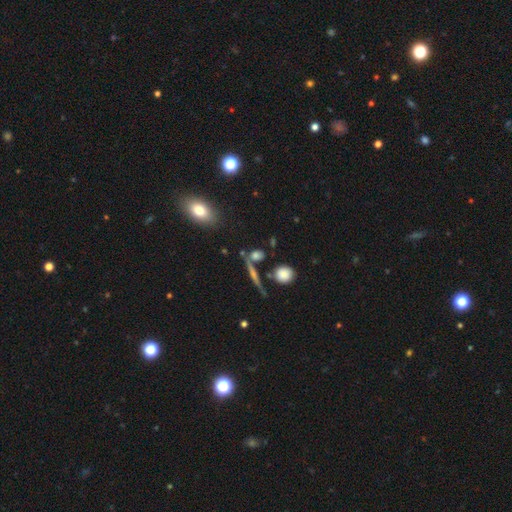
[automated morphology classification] type=smooth (62%); roundness=in between (42%); merging=none (66%).